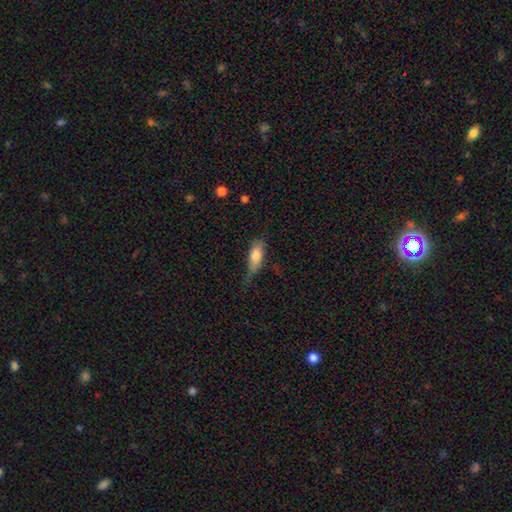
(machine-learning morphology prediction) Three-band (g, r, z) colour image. It shows a smooth galaxy with no disk features (78%) that is in between round and cigar-shaped (75%). Merging: none (45%).